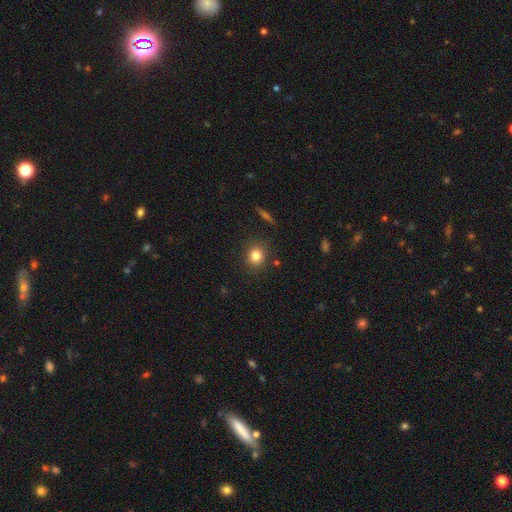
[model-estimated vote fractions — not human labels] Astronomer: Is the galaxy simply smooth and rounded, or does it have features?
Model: smooth — 82%.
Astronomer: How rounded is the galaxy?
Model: round — 80%.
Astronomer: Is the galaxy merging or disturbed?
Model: none — 87%.